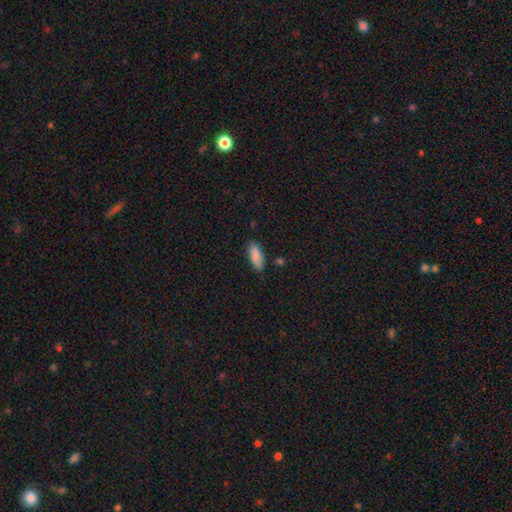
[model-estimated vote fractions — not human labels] Smooth or featured?
  - smooth: 87% *
  - featured or disk: 7%
  - star or artifact: 6%
How rounded?
  - in between: 78% *
  - cigar-shaped: 20%
  - round: 2%
Merging?
  - none: 82% *
  - minor disturbance: 13%
  - major disturbance: 2%
  - merger: 2%